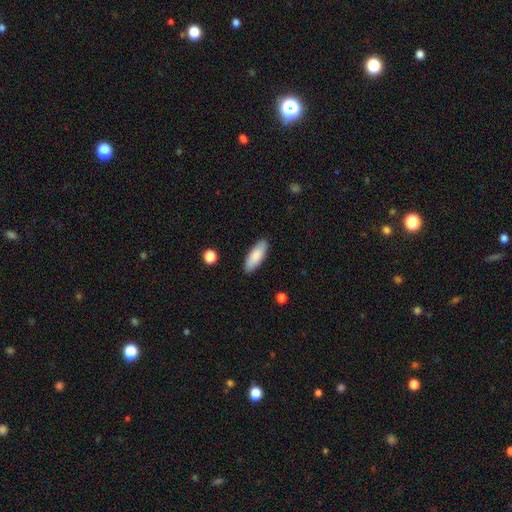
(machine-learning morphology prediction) Overall: smooth (85%). How rounded: in between (69%). Merging: none (87%).